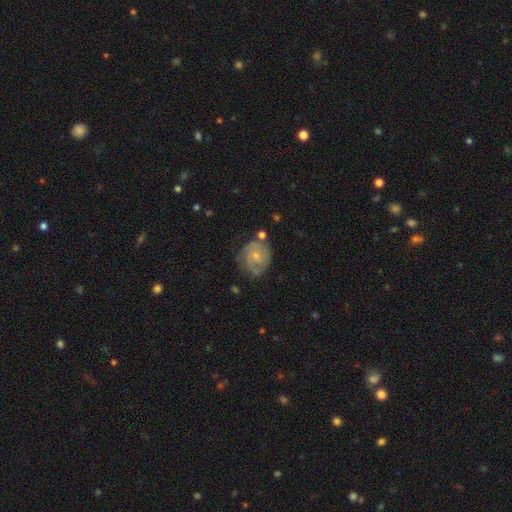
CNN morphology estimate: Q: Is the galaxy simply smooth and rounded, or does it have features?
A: featured or disk — 58%.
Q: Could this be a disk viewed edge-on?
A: no — 98%.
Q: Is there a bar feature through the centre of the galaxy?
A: no — 78%.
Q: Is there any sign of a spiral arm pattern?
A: yes — 79%.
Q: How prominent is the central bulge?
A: small — 72%.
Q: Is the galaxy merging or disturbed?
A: none — 58%.